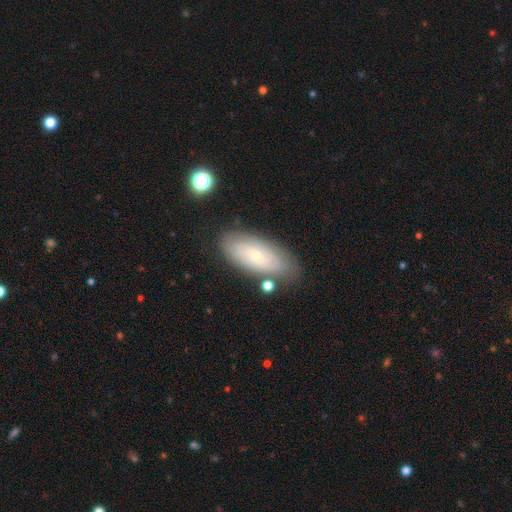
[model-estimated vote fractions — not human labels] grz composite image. It shows a smooth galaxy with no disk features (59%) that is in between round and cigar-shaped (85%). Merging: none (76%).